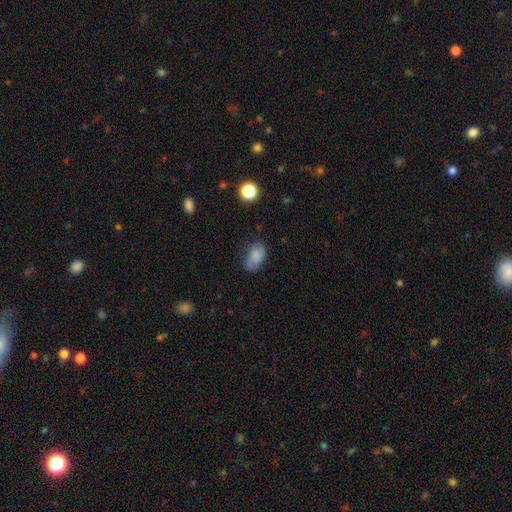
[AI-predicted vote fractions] A smooth galaxy with no disk features (74%) that is in between round and cigar-shaped (90%). Merging: none (65%).